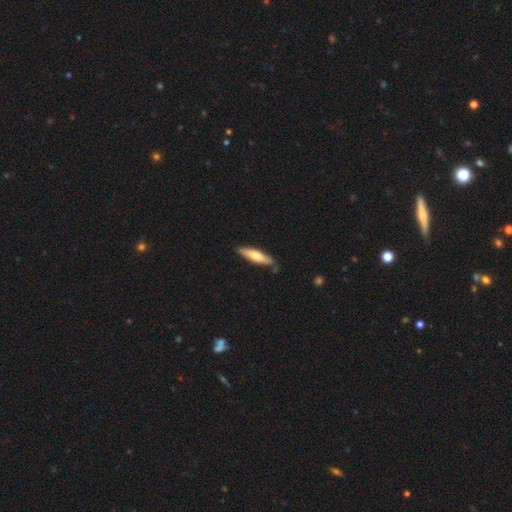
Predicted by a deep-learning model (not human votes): smooth_or_featured: smooth (p=0.61) [alt: featured or disk p=0.34]
how_rounded: cigar-shaped (p=0.76) [alt: in between p=0.22]
merging: none (p=0.81) [alt: minor disturbance p=0.14]